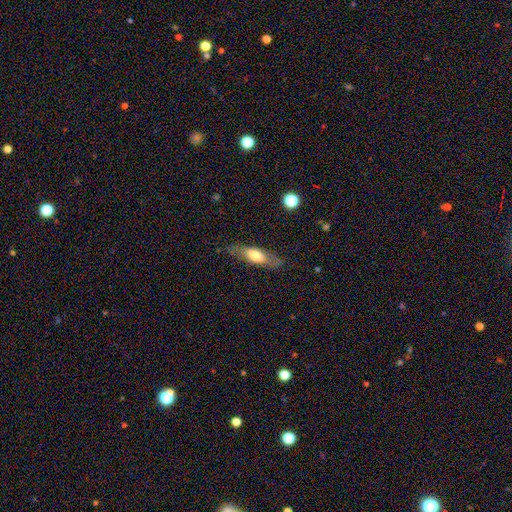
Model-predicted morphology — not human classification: Smooth or featured?
  - smooth: 52% *
  - featured or disk: 42%
  - star or artifact: 6%
How rounded?
  - in between: 58% *
  - cigar-shaped: 39%
  - round: 3%
Merging?
  - none: 79% *
  - minor disturbance: 15%
  - major disturbance: 5%
  - merger: 1%